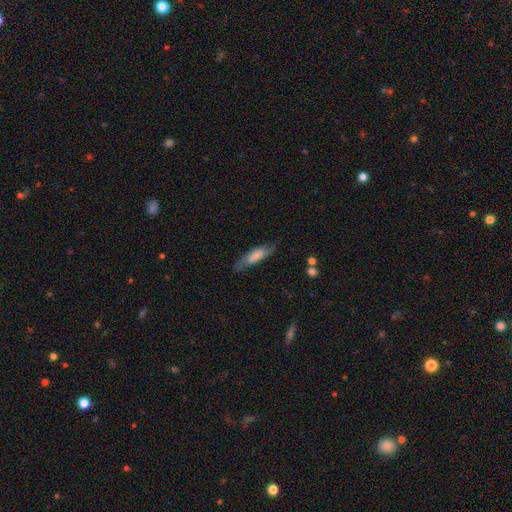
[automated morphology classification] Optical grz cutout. It shows a smooth galaxy with no disk features (58%) that is cigar-shaped (53%). Merging: none (71%).